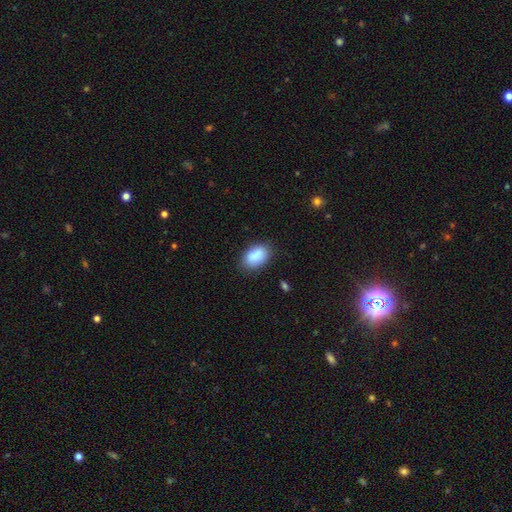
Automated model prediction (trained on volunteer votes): Smooth or featured?
  - smooth: 88% *
  - star or artifact: 7%
  - featured or disk: 5%
How rounded?
  - in between: 89% *
  - round: 10%
  - cigar-shaped: 1%
Merging?
  - none: 79% *
  - minor disturbance: 15%
  - major disturbance: 3%
  - merger: 2%